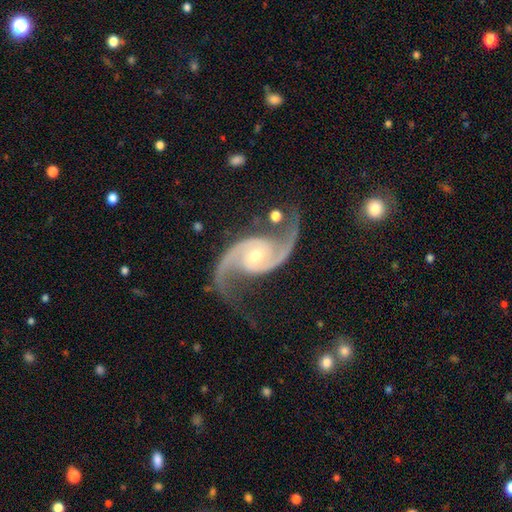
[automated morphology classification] This is clearly a featured or disk galaxy (94%). It is clearly not viewed edge-on (98%). Bar: possibly no (60%). Spiral arm pattern: clearly yes (99%). Spiral arm count: clearly 2 (95%). Spiral winding: possibly loose (47%). Central bulge: possibly moderate (56%). Merging: likely none (75%).